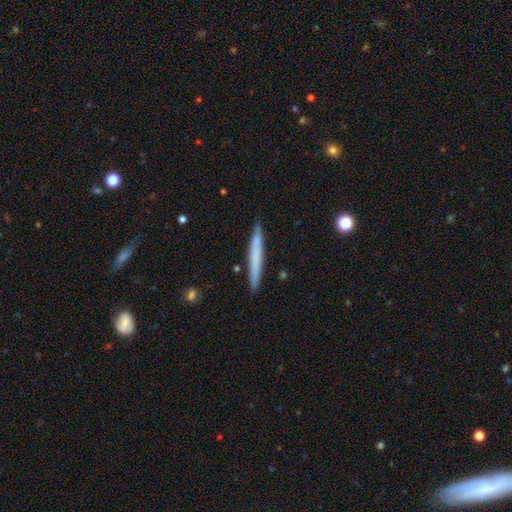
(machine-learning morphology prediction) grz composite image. It shows a smooth galaxy with no disk features (65%) that is cigar-shaped (97%). Merging: none (89%).